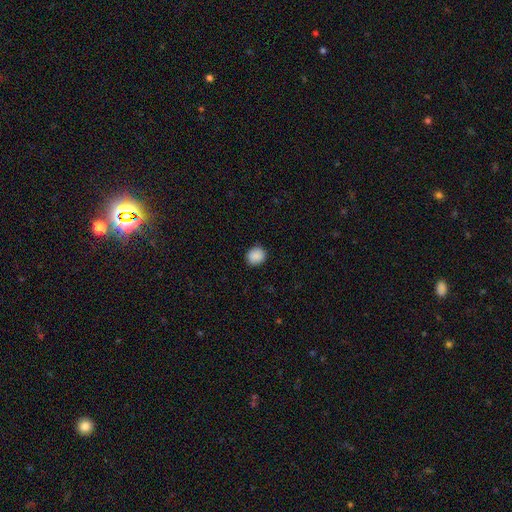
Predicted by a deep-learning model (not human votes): smooth_or_featured: smooth (p=0.89) [alt: star or artifact p=0.08]
how_rounded: round (p=0.77) [alt: in between p=0.23]
merging: none (p=0.88) [alt: minor disturbance p=0.08]